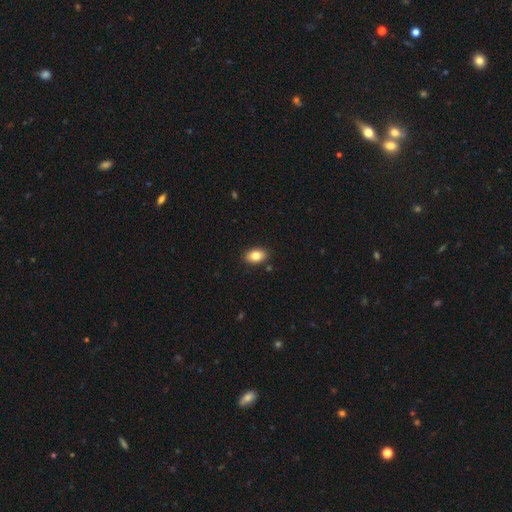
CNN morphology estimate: smooth-or-featured: smooth: 82% | featured or disk: 10% | star or artifact: 8%
  how-rounded: in between: 88% | round: 10% | cigar-shaped: 2%
  merging: none: 89% | minor disturbance: 8% | major disturbance: 2% | merger: 1%